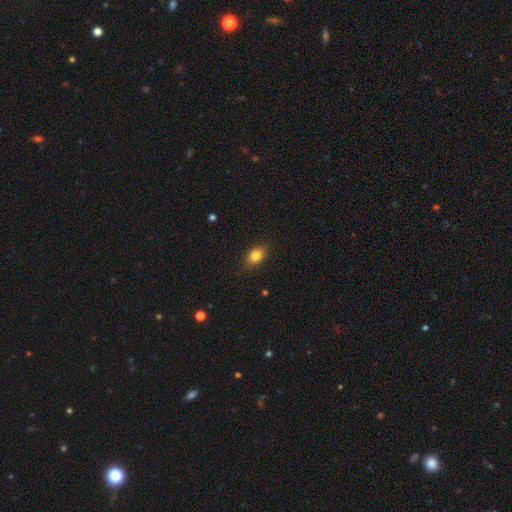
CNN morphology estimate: The model was most divided on "how rounded": in between: 78%, round: 20%, cigar-shaped: 2%. More confident: merging — none (88%); smooth or featured — smooth (84%).